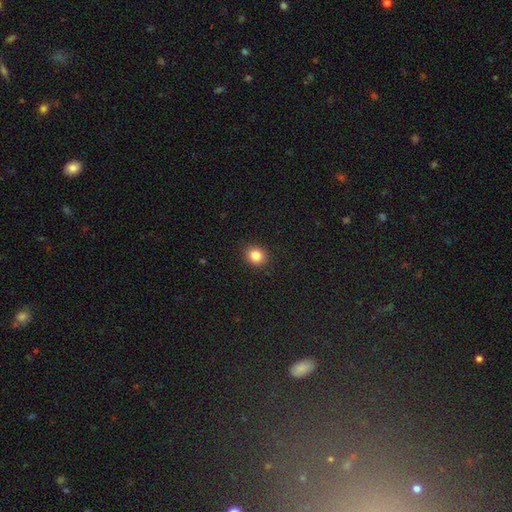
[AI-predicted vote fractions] smooth 84%, star or artifact 11%, featured or disk 5%. Down the decision tree: how rounded — round (75%); merging — none (90%).